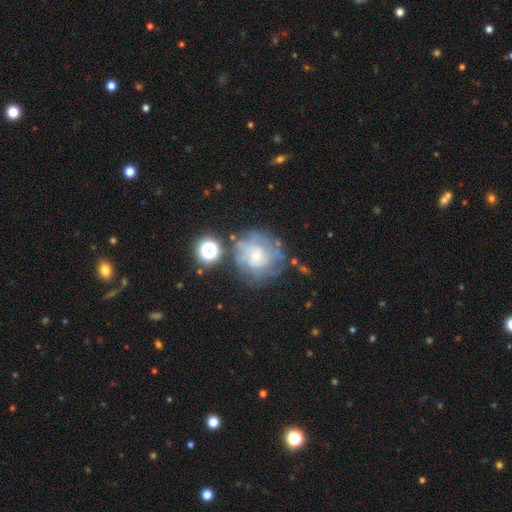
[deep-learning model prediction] The model was most divided on "bulge size": small: 53%, moderate: 31%, none: 9%, large: 5%, dominant: 2%. More confident: edge-on disk — no (97%); spiral arms — yes (77%); bar — no (76%); smooth or featured — featured or disk (66%); merging — none (59%).